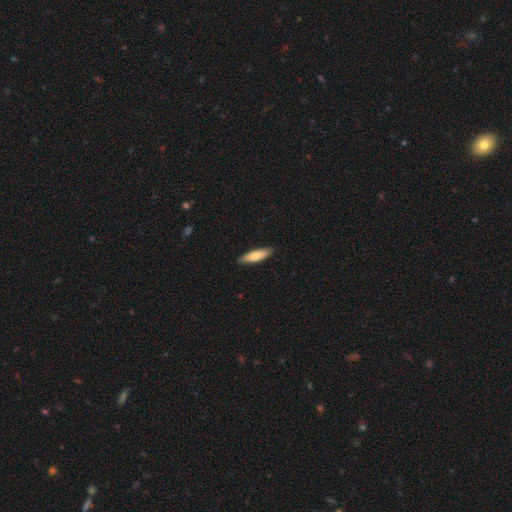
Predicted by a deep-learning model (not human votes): Morphology: type=smooth (73%); roundness=cigar-shaped (68%); merging=none (88%).